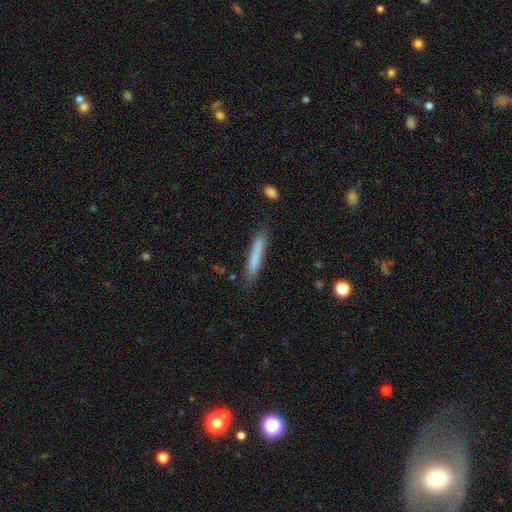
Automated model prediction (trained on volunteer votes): A smooth galaxy with no disk features (77%) that is cigar-shaped (93%). Merging: none (82%).